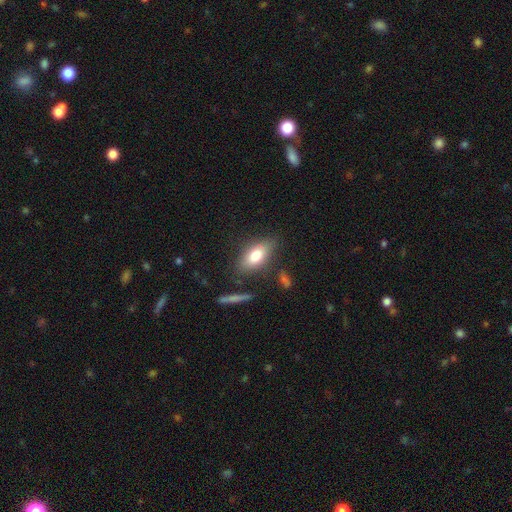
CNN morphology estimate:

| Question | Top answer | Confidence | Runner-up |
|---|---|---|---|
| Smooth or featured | smooth | 75% | featured or disk (17%) |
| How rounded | in between | 85% | cigar-shaped (10%) |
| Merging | none | 77% | minor disturbance (15%) |